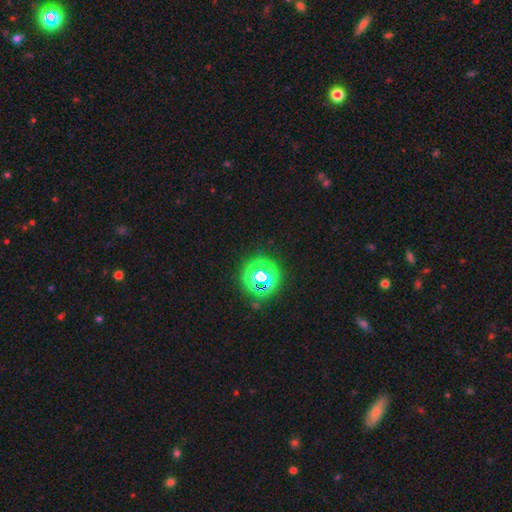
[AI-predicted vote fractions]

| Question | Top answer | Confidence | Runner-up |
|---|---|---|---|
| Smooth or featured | star or artifact | 65% | smooth (29%) |